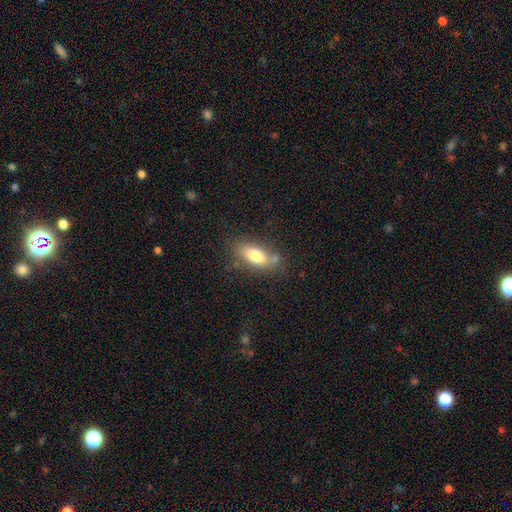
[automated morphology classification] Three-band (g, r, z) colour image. It shows a smooth galaxy with no disk features (75%) that is in between round and cigar-shaped (82%). Merging: none (67%).